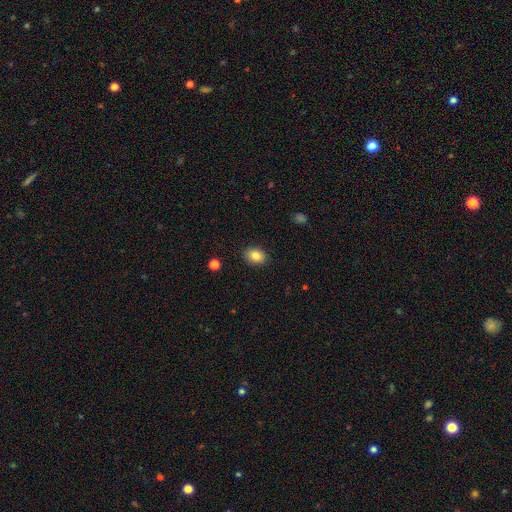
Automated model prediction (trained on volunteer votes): smooth-or-featured: smooth: 84% | star or artifact: 9% | featured or disk: 7%
  how-rounded: in between: 66% | round: 33% | cigar-shaped: 1%
  merging: none: 89% | minor disturbance: 8% | major disturbance: 2% | merger: 1%